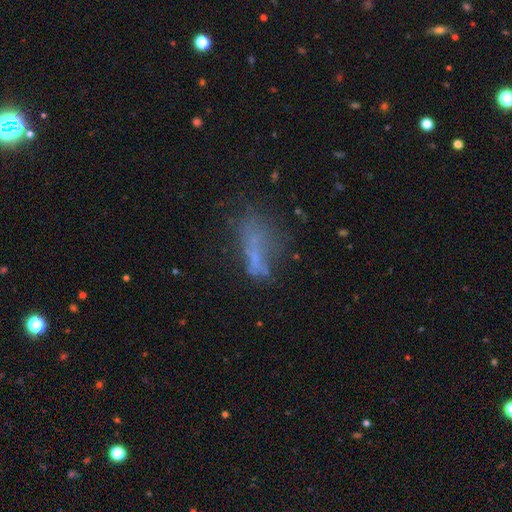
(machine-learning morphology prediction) Smooth or featured? smooth (46%)
Merging? none (39%)